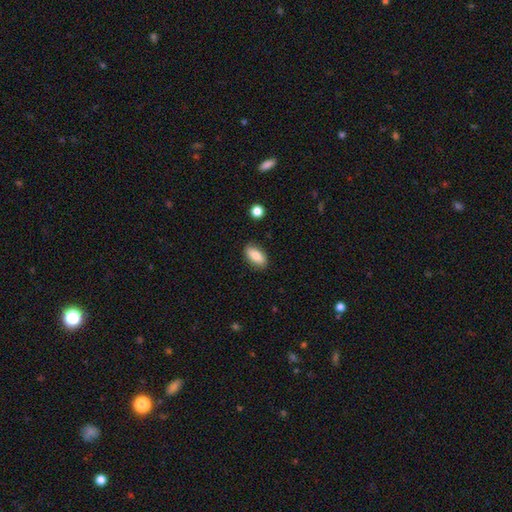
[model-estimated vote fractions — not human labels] Smooth or featured? smooth (81%)
How rounded? in between (86%)
Merging? none (86%)